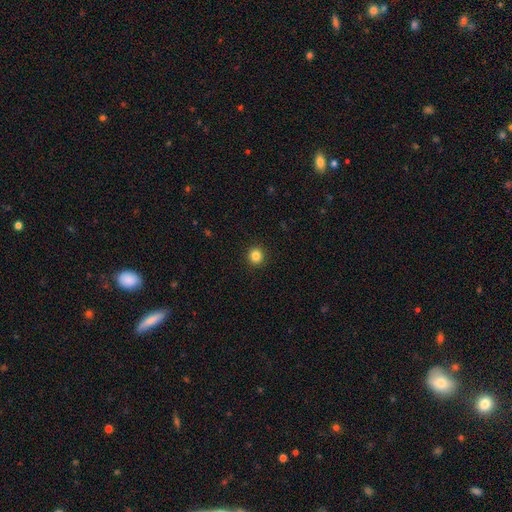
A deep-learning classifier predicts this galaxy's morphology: smooth-or-featured: smooth: 84% | star or artifact: 11% | featured or disk: 4%
  how-rounded: round: 93% | in between: 6% | cigar-shaped: 1%
  merging: none: 93% | minor disturbance: 5% | major disturbance: 2% | merger: 1%